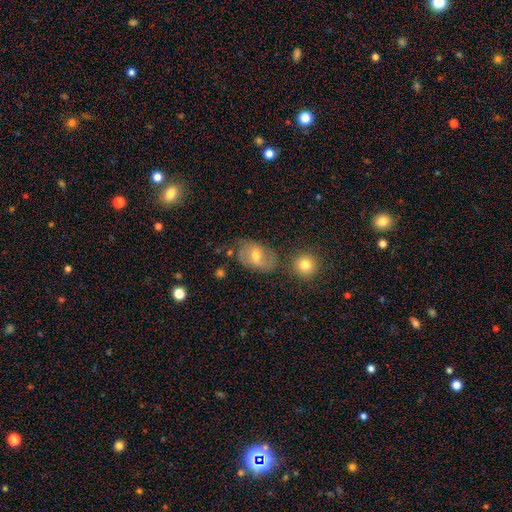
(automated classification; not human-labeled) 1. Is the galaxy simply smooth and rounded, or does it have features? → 45% smooth (tied), 45% featured or disk (tied), 9% star or artifact.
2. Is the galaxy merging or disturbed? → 64% none, 20% minor disturbance, 8% merger, 7% major disturbance.